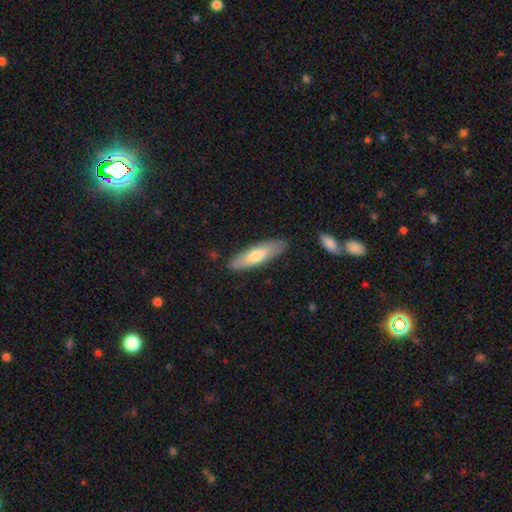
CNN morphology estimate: Overall: smooth (65%; featured or disk 29%). How rounded: cigar-shaped (65%; in between 34%). Merging: none (85%).